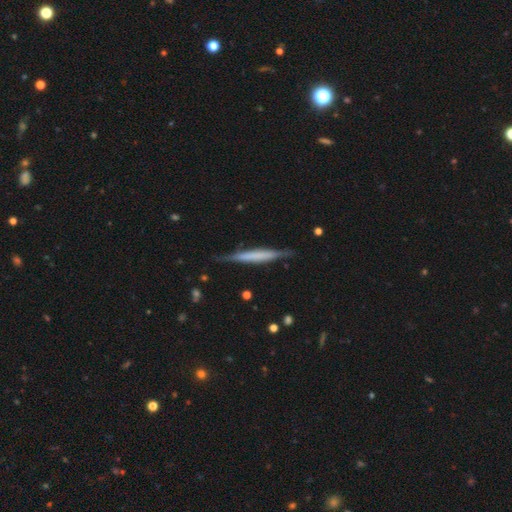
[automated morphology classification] A featured or disk galaxy (52%) viewed edge-on (95%).

Vote fractions:
- Smooth or featured? featured or disk: 52% / smooth: 42% / star or artifact: 5%
- Edge-on disk? yes: 95% / no: 5%
- Merging? none: 82% / minor disturbance: 14% / major disturbance: 3% / merger: 2%